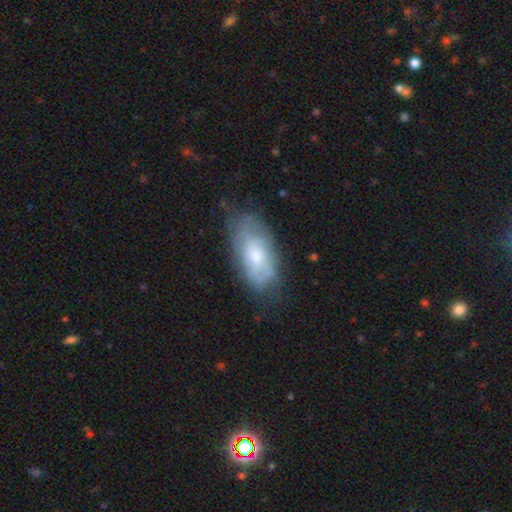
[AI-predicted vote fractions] smooth 52%, featured or disk 41%, star or artifact 7%. Down the decision tree: how rounded — in between (91%); merging — none (61%).